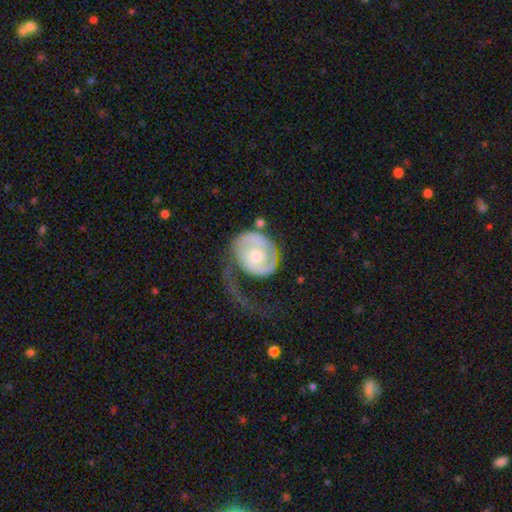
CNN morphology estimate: smooth_or_featured: featured or disk (p=0.78) [alt: smooth p=0.17]
disk_edge_on: no (p=0.98) [alt: yes p=0.02]
bar: no (p=0.68) [alt: weak p=0.27]
has_spiral_arms: yes (p=0.91) [alt: no p=0.09]
spiral_winding: tight (p=0.40) [alt: medium p=0.31]
spiral_arm_count: 1 (p=0.50) [alt: 2 p=0.35]
bulge_size: moderate (p=0.54) [alt: small p=0.36]
merging: major disturbance (p=0.54) [alt: none p=0.24]